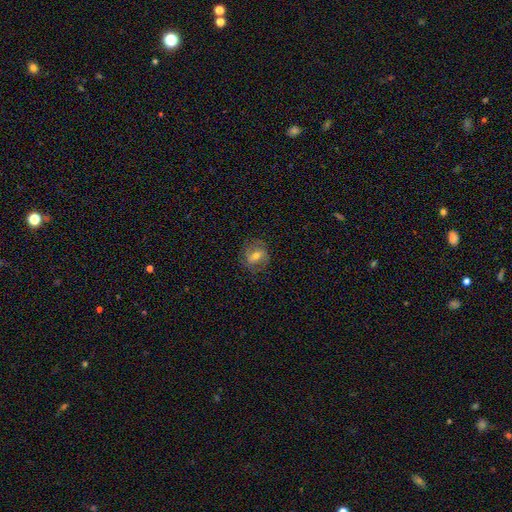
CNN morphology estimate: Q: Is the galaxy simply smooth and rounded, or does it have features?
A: featured or disk — 52%.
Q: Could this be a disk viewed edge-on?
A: no — 96%.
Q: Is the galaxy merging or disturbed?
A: none — 76%.